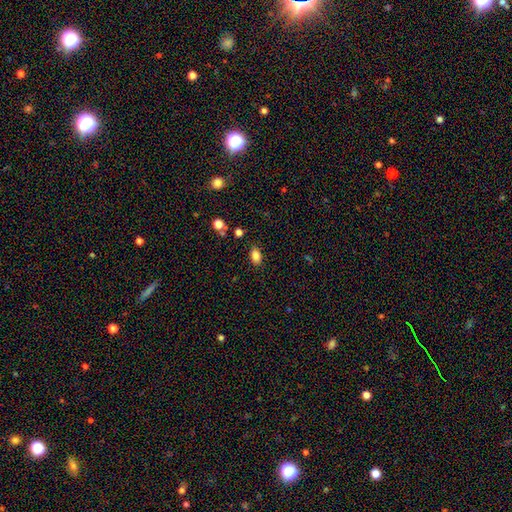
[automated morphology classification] Smooth or featured?
  - smooth: 84% *
  - star or artifact: 10%
  - featured or disk: 6%
How rounded?
  - in between: 85% *
  - round: 13%
  - cigar-shaped: 2%
Merging?
  - none: 85% *
  - minor disturbance: 10%
  - major disturbance: 3%
  - merger: 2%